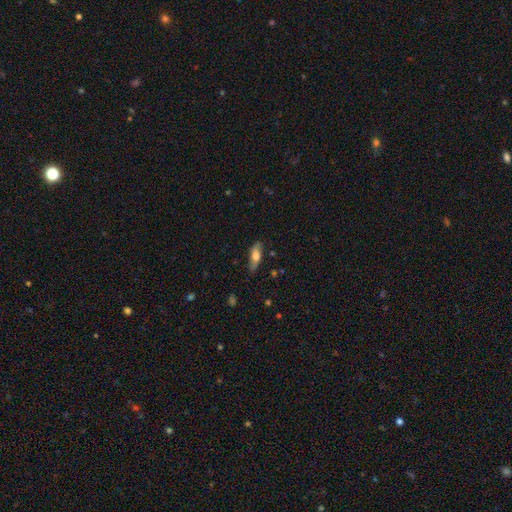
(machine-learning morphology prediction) A smooth galaxy with no disk features (61%) that is in between round and cigar-shaped (60%).

Vote fractions:
- Smooth or featured? smooth: 61% / featured or disk: 32% / star or artifact: 7%
- How rounded? in between: 60% / cigar-shaped: 37% / round: 3%
- Merging? none: 77% / minor disturbance: 18% / major disturbance: 4% / merger: 2%